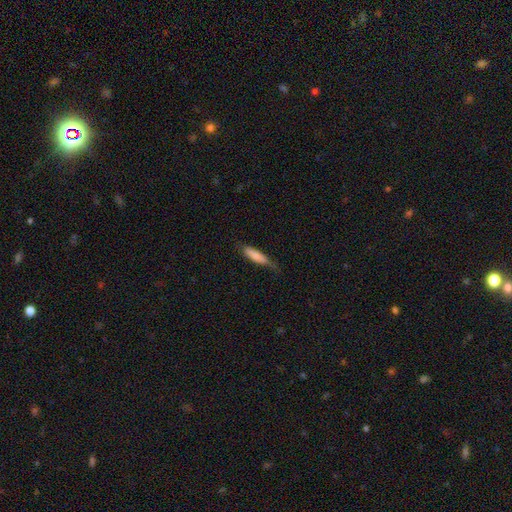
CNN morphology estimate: Overall: smooth (79%). How rounded: cigar-shaped (75%). Merging: none (59%; minor disturbance 31%).